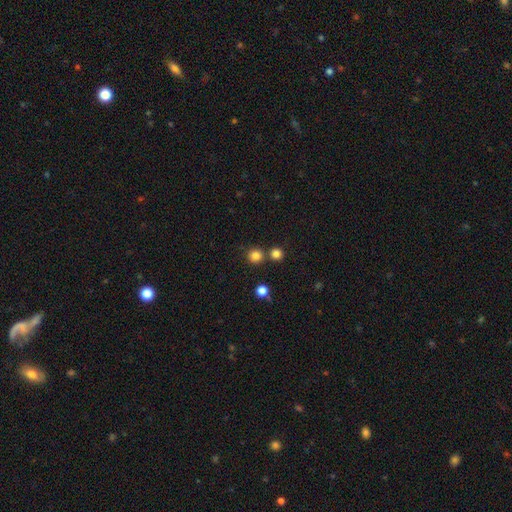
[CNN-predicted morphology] type=smooth (81%); roundness=round (93%); merging=none (77%).